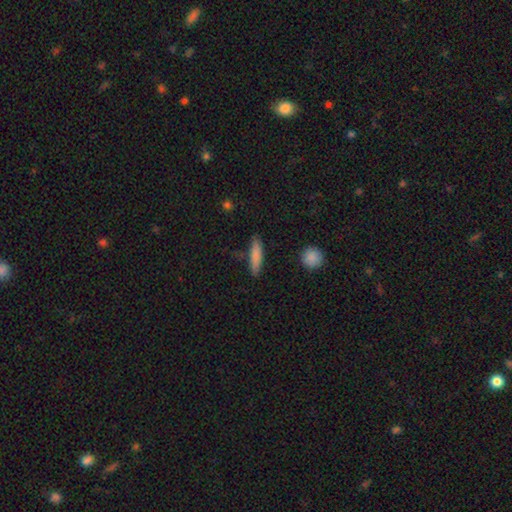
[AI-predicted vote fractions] A smooth galaxy with no disk features (82%) that is cigar-shaped (76%).

Vote fractions:
- Smooth or featured? smooth: 82% / featured or disk: 11% / star or artifact: 6%
- How rounded? cigar-shaped: 76% / in between: 22% / round: 2%
- Merging? none: 83% / minor disturbance: 12% / major disturbance: 3% / merger: 2%